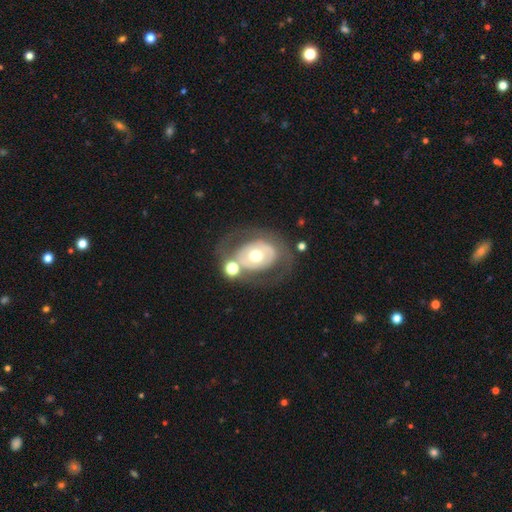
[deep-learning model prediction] smooth-or-featured: featured or disk: 60% | smooth: 33% | star or artifact: 7%
  disk-edge-on: no: 95% | yes: 5%
    bar: no: 81% | weak: 13% | strong: 6%
    has-spiral-arms: no: 74% | yes: 26%
    bulge-size: moderate: 71% | small: 16% | large: 11% | dominant: 2% | none: 1%
  merging: none: 58% | minor disturbance: 16% | major disturbance: 14% | merger: 12%